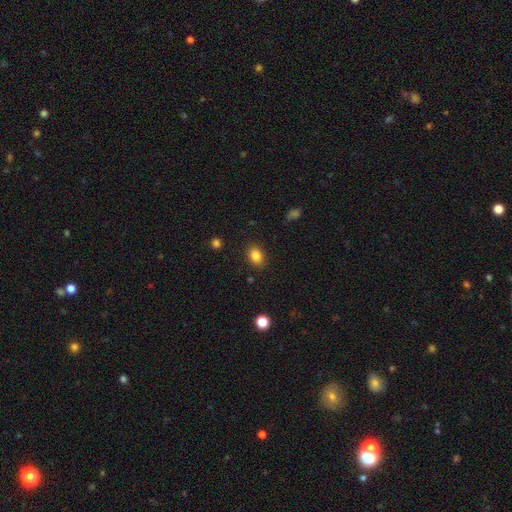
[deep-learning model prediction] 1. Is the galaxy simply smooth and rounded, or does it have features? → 85% smooth, 10% star or artifact, 5% featured or disk.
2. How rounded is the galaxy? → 74% in between, 24% round, 1% cigar-shaped.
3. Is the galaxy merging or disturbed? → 86% none, 10% minor disturbance, 3% major disturbance, 1% merger.